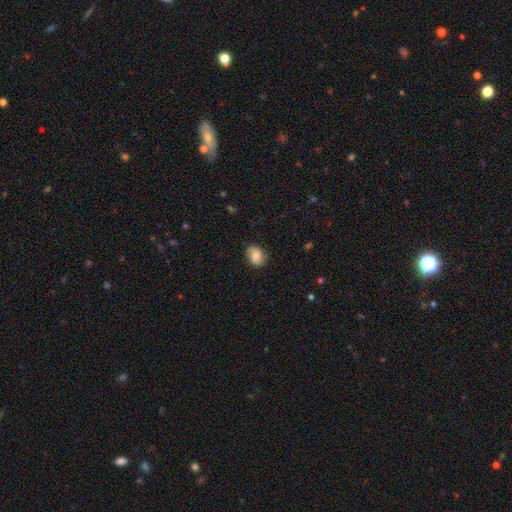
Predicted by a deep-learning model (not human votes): Overall: smooth (69%). How rounded: in between (66%; round 32%). Merging: none (76%).